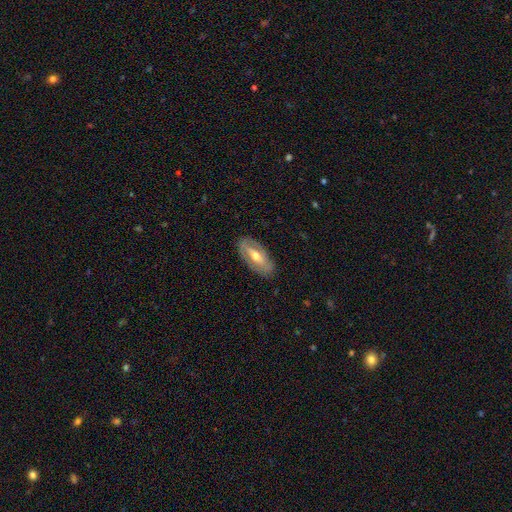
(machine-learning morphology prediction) Smooth or featured? Predicted: featured or disk (p=0.63). Edge-on disk? Predicted: no (p=0.83). Bar? Predicted: strong (p=0.37). Spiral arms? Predicted: no (p=0.51). Bulge size? Predicted: moderate (p=0.66). Merging? Predicted: none (p=0.83).